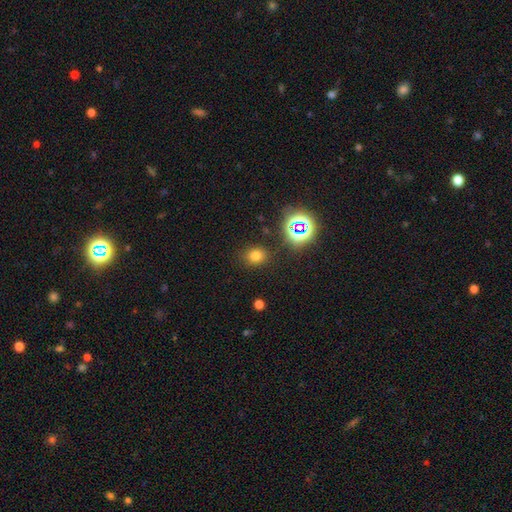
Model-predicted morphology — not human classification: A smooth galaxy with no disk features (72%) that is round (62%). Merging: none (85%).